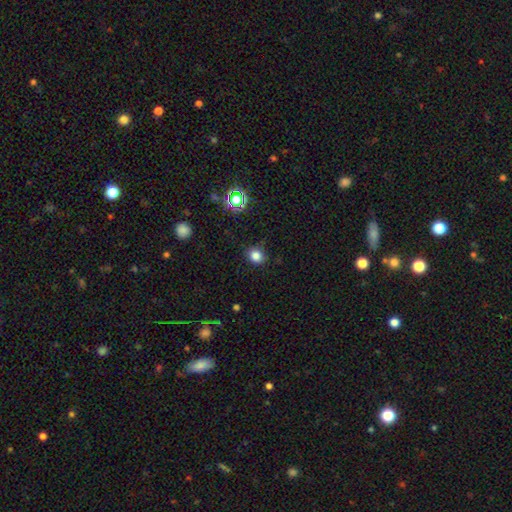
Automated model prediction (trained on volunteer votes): A smooth galaxy with no disk features (81%) that is round (70%). Merging: none (83%).